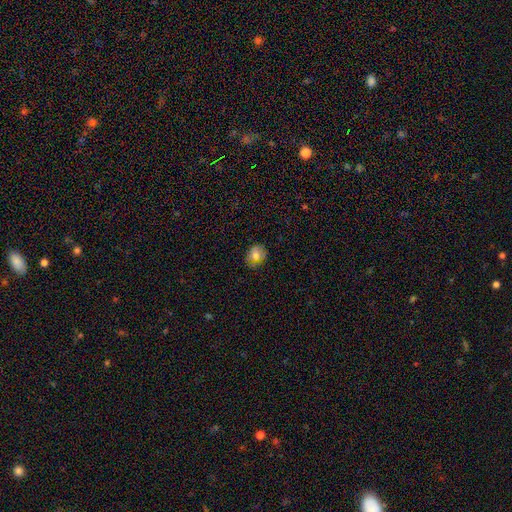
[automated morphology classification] smooth 73%, featured or disk 16%, star or artifact 11%. Down the decision tree: how rounded — round (67%); merging — none (76%).